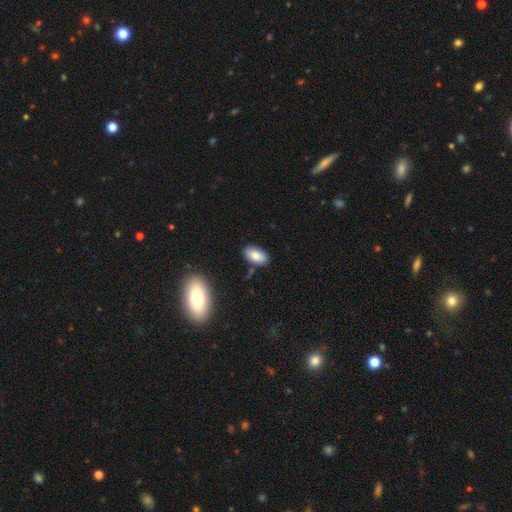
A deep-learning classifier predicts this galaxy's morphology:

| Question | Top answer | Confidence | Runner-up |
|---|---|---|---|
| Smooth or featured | smooth | 85% | star or artifact (7%) |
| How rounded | in between | 94% | cigar-shaped (3%) |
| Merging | none | 82% | minor disturbance (12%) |